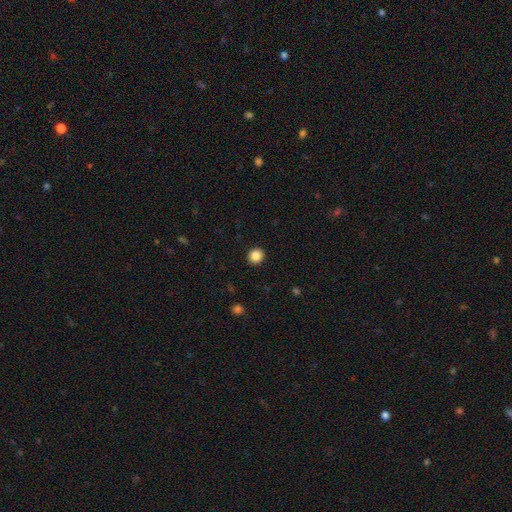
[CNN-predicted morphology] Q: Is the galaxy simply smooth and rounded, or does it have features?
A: smooth — 87%.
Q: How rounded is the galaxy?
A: round — 89%.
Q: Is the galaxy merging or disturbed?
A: none — 93%.